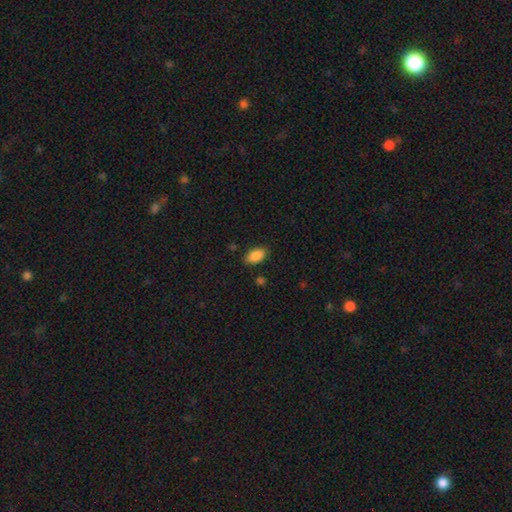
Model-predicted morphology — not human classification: Smooth or featured?
  - smooth: 88% *
  - star or artifact: 8%
  - featured or disk: 4%
How rounded?
  - in between: 93% *
  - round: 5%
  - cigar-shaped: 2%
Merging?
  - none: 84% *
  - minor disturbance: 12%
  - major disturbance: 3%
  - merger: 2%